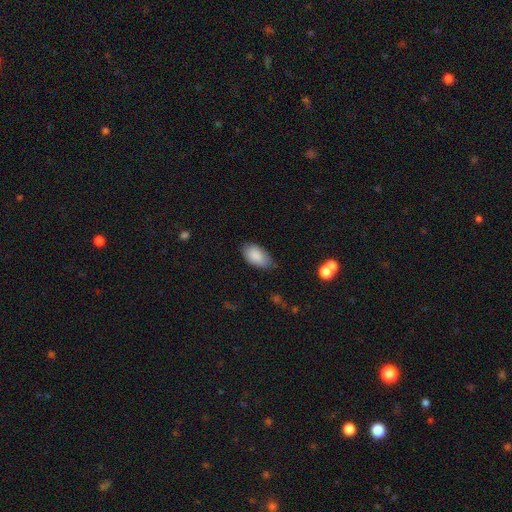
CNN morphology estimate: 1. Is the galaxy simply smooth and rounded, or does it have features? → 87% smooth, 7% star or artifact, 6% featured or disk.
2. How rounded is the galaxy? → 94% in between, 4% round, 2% cigar-shaped.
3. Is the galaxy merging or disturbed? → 67% none, 26% minor disturbance, 5% major disturbance, 2% merger.